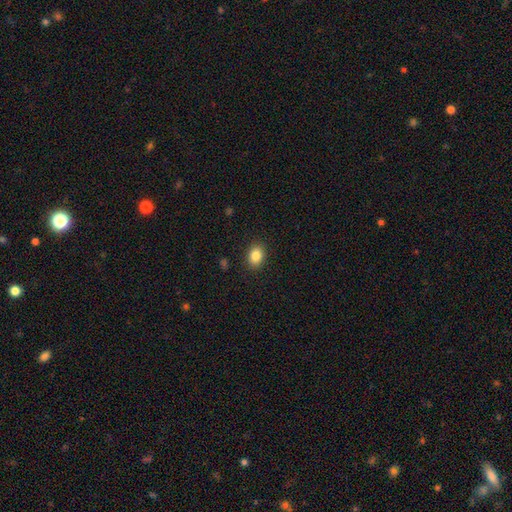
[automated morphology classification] Overall: smooth (85%). How rounded: in between (68%; round 31%). Merging: none (89%).